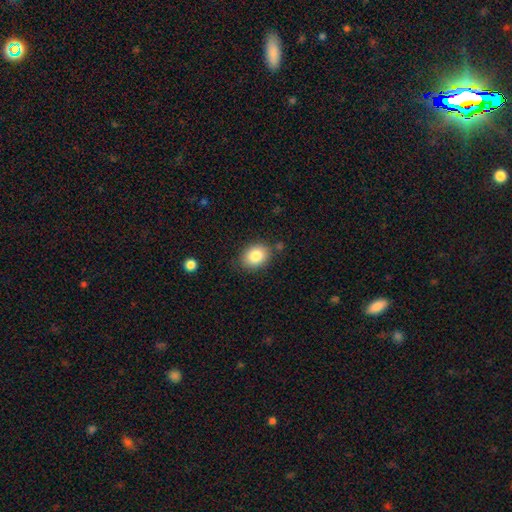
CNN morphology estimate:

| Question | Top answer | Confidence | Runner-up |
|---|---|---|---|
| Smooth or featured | smooth | 84% | star or artifact (8%) |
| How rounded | in between | 62% | round (37%) |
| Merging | none | 80% | minor disturbance (13%) |